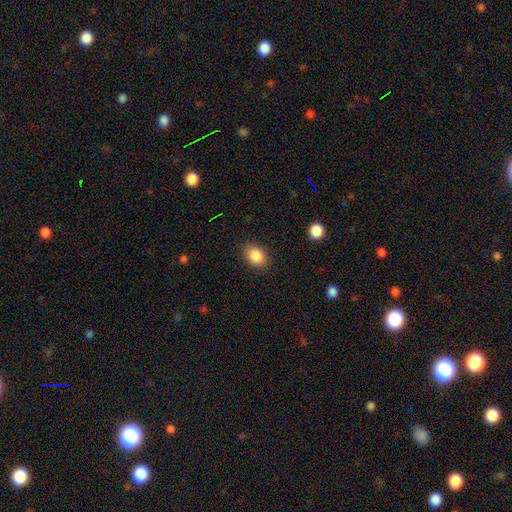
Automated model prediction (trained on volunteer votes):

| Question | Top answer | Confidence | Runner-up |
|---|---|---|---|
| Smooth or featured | smooth | 87% | star or artifact (9%) |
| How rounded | in between | 71% | round (28%) |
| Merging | none | 87% | minor disturbance (9%) |